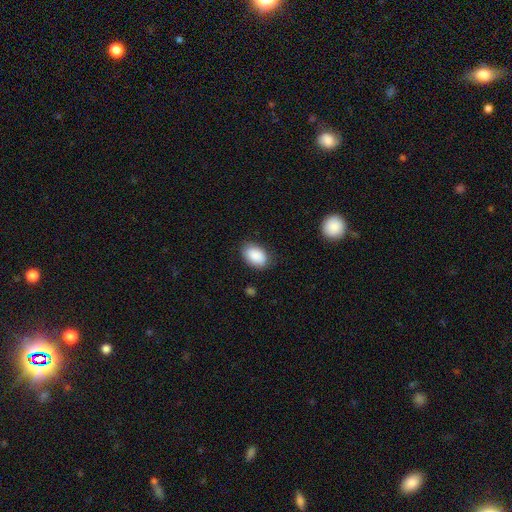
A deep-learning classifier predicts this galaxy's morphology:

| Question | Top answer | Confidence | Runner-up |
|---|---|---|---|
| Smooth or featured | smooth | 89% | star or artifact (6%) |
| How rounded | in between | 89% | round (10%) |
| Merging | none | 82% | minor disturbance (14%) |